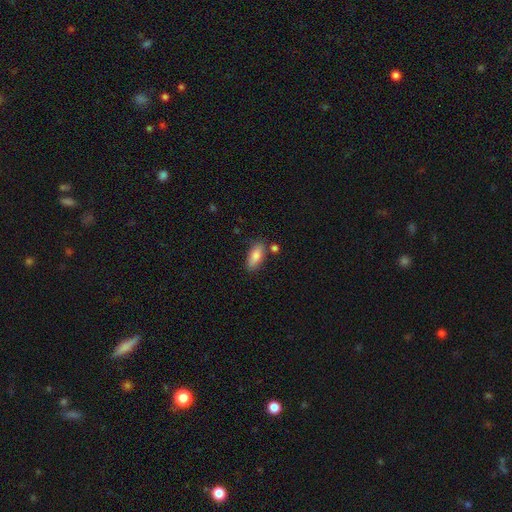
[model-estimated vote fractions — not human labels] Q: Smooth or featured?
A: smooth (83%); runner-up: featured or disk (10%)
Q: How rounded?
A: in between (83%); runner-up: cigar-shaped (14%)
Q: Merging?
A: none (78%); runner-up: minor disturbance (13%)